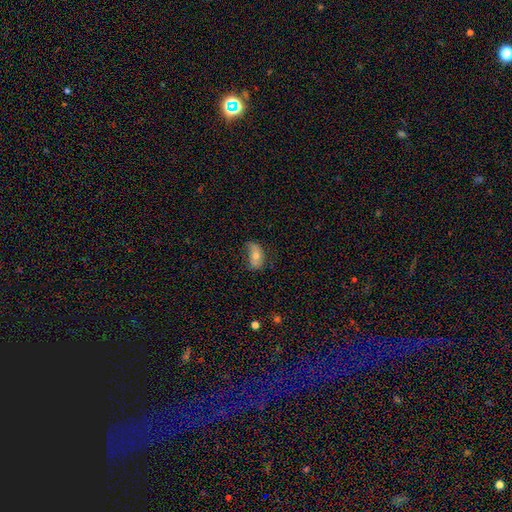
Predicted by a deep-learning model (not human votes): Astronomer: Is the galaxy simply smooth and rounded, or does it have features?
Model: smooth — 54% (runner-up: featured or disk, 37%).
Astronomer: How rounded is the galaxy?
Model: in between — 87%.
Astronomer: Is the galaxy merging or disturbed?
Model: none — 51% (runner-up: minor disturbance, 33%).